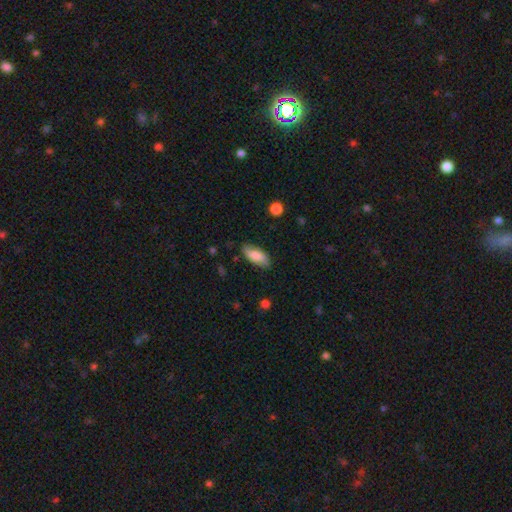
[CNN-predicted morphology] Smooth or featured? smooth (80%)
How rounded? in between (84%)
Merging? none (79%)